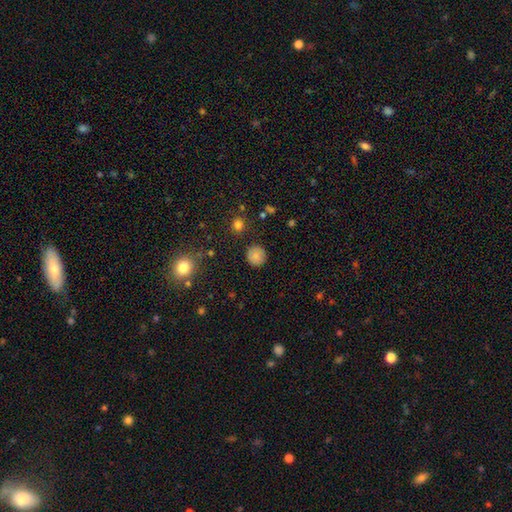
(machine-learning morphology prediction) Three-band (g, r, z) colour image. It shows a smooth galaxy with no disk features (82%) that is round (93%). Merging: none (88%).